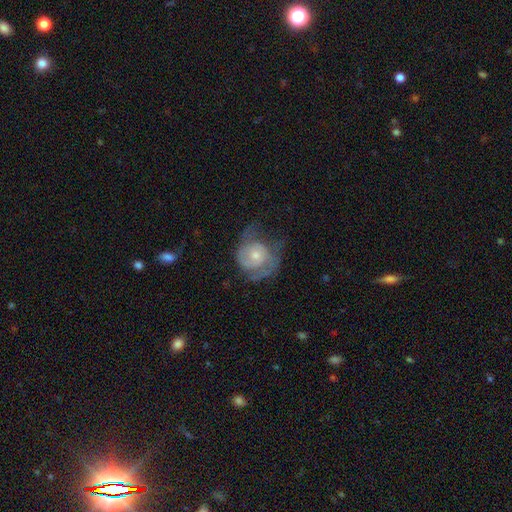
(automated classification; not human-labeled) A featured or disk galaxy (66%) with no bar (78%), 2 (50%) tight (40%, tied with medium) spiral arms (82%) and a small central bulge (45%, tied with moderate).

Vote fractions:
- Smooth or featured? featured or disk: 66% / smooth: 28% / star or artifact: 6%
- Edge-on disk? no: 97% / yes: 3%
- Bar? no: 78% / weak: 20% / strong: 3%
- Spiral arms? yes: 82% / no: 18%
- Spiral winding? tight: 40% (tied) / medium: 40% (tied) / loose: 21%
- Spiral arm count? 2: 50% / can't tell: 23% / 1: 14% / 3: 9% / 4: 2% / more than 4: 2%
- Bulge size? small: 45% (tied) / moderate: 45% (tied) / large: 5% / none: 4% / dominant: 1%
- Merging? none: 38% / major disturbance: 34% / minor disturbance: 26% / merger: 2%